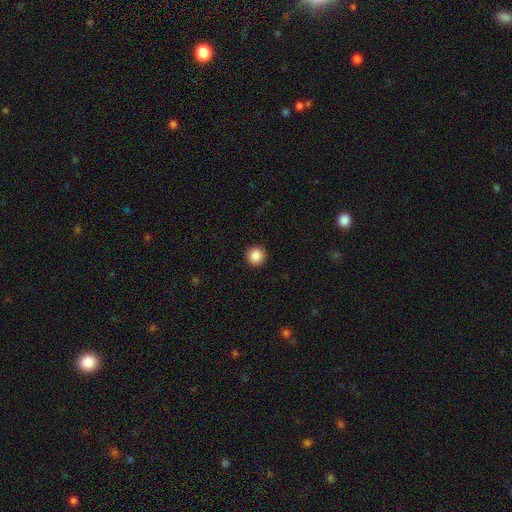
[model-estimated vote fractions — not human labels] Q: Smooth or featured?
A: smooth (88%); runner-up: star or artifact (9%)
Q: How rounded?
A: round (96%); runner-up: in between (3%)
Q: Merging?
A: none (94%); runner-up: minor disturbance (4%)